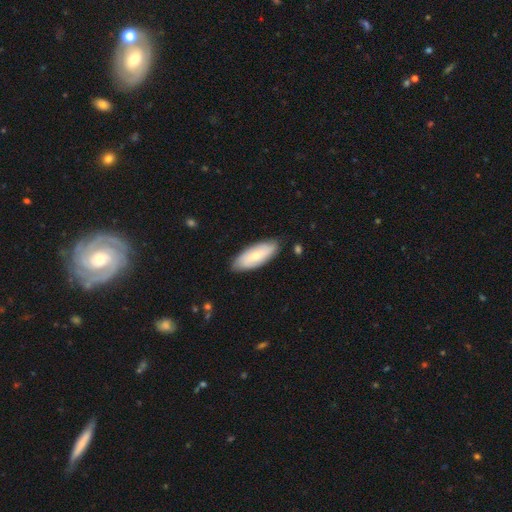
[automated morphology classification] Smooth or featured? smooth (59%)
How rounded? in between (78%)
Merging? none (83%)